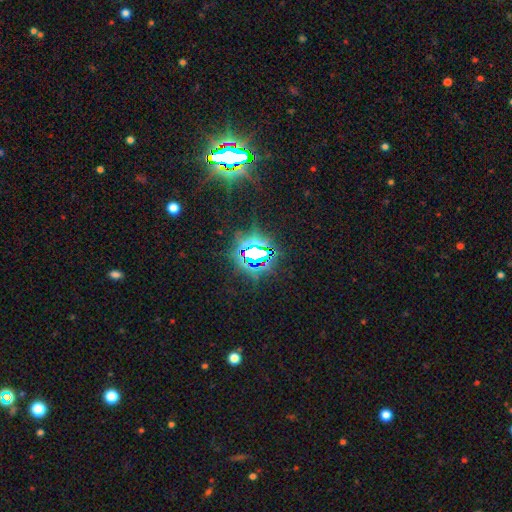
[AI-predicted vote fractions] Smooth or featured? Predicted: star or artifact (p=0.82).